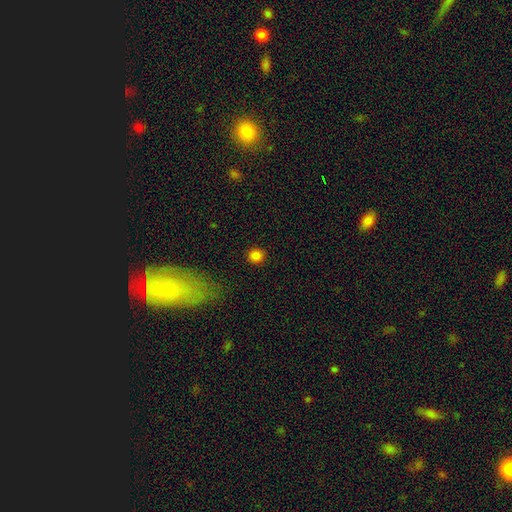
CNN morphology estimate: smooth-or-featured: smooth: 83% | star or artifact: 12% | featured or disk: 4%
  how-rounded: round: 93% | in between: 6% | cigar-shaped: 1%
  merging: none: 91% | minor disturbance: 5% | major disturbance: 2% | merger: 1%